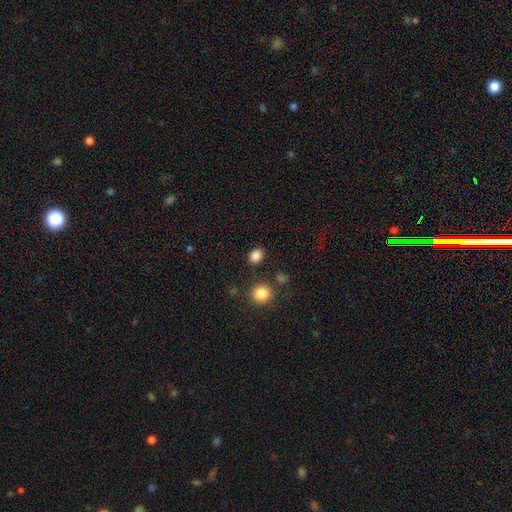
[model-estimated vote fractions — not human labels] The model was most divided on "how rounded": in between: 54%, round: 45%, cigar-shaped: 1%. More confident: smooth or featured — smooth (85%); merging — none (84%).